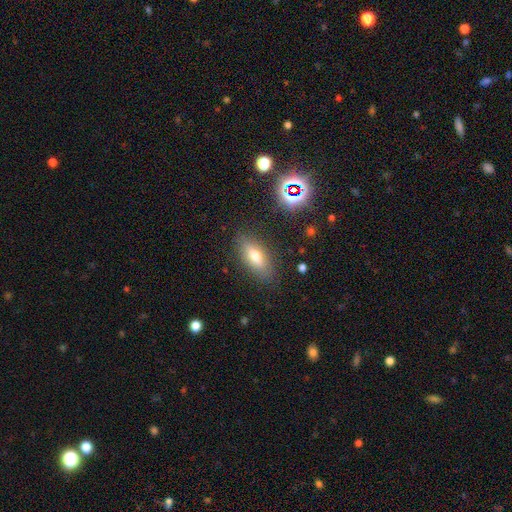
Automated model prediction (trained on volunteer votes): A smooth galaxy with no disk features (69%) that is in between round and cigar-shaped (77%).

Vote fractions:
- Smooth or featured? smooth: 69% / featured or disk: 21% / star or artifact: 10%
- How rounded? in between: 77% / cigar-shaped: 19% / round: 4%
- Merging? none: 84% / minor disturbance: 11% / major disturbance: 3% / merger: 2%